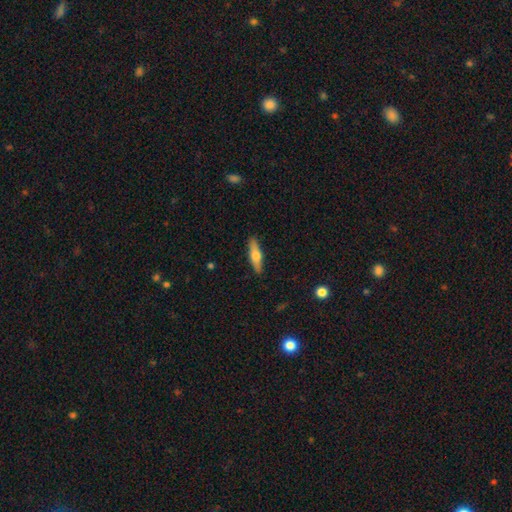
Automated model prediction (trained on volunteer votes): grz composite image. It shows a smooth galaxy with no disk features (50%). Merging: none (90%).